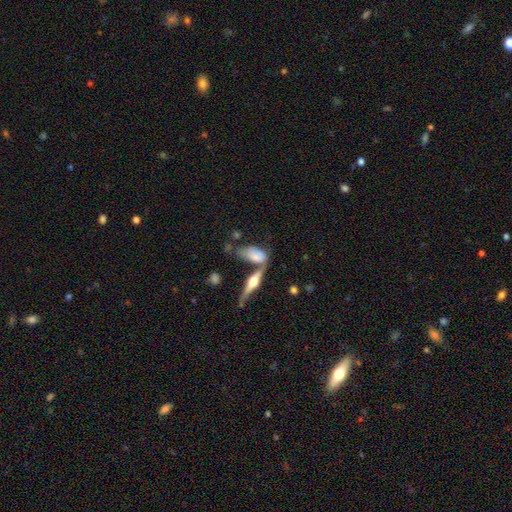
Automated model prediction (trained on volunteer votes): smooth 60%, featured or disk 32%, star or artifact 8%. Down the decision tree: how rounded — in between (79%); merging — none (36%, tied with merger).